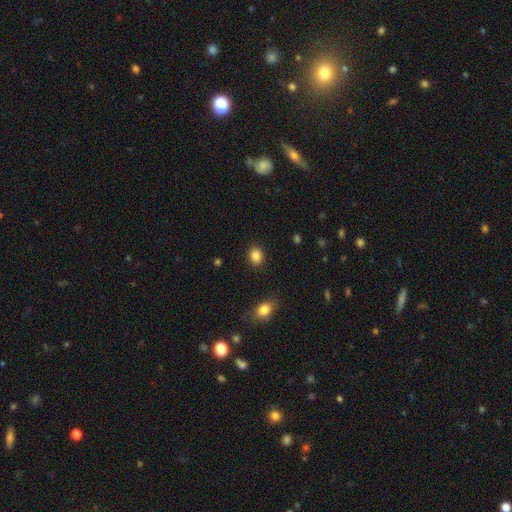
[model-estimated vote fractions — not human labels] A smooth galaxy with no disk features (86%) that is in between round and cigar-shaped (51%). Merging: none (89%).